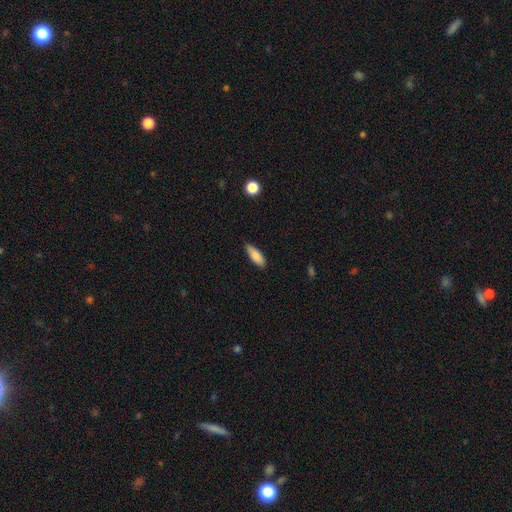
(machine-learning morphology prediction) This is clearly a smooth galaxy (86%). How rounded: likely in between (65%). Merging: likely none (80%).